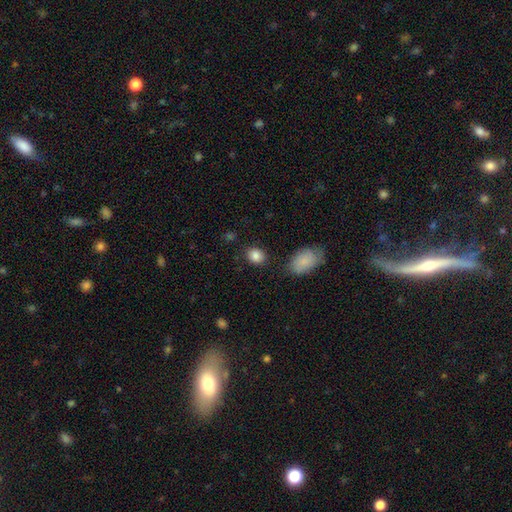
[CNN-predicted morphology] A smooth galaxy with no disk features (86%) that is round (51%). Merging: none (82%).